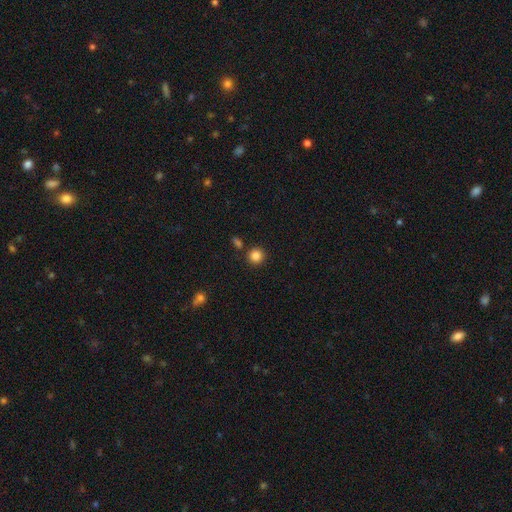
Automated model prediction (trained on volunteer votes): Smooth or featured? smooth (84%)
How rounded? round (93%)
Merging? none (85%)